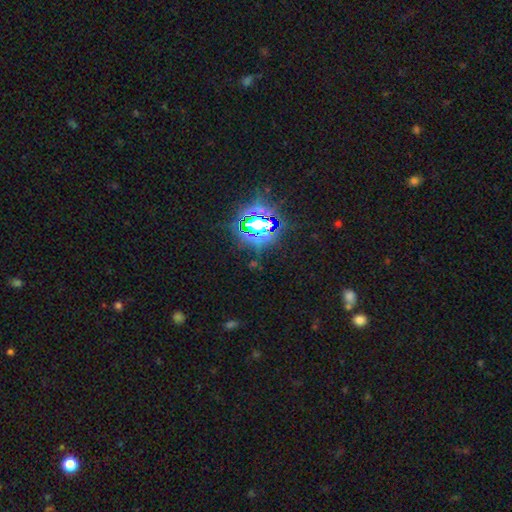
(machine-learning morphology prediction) smooth-or-featured: star or artifact: 82% | smooth: 11% | featured or disk: 7%